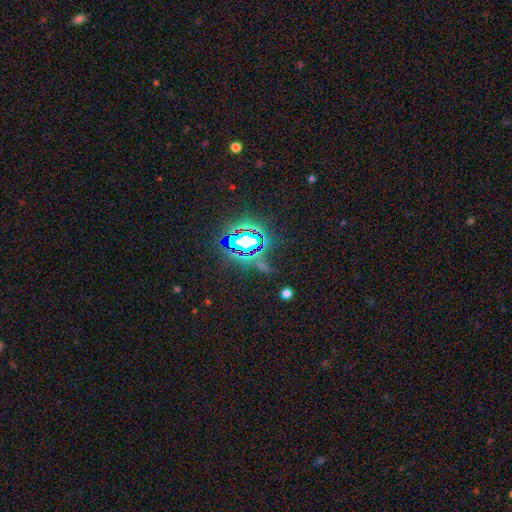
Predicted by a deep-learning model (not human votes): smooth-or-featured: star or artifact: 81% | smooth: 11% | featured or disk: 8%